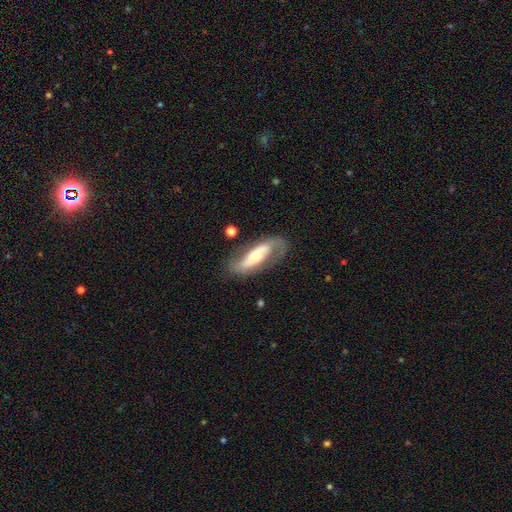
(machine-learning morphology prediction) The model was most divided on "bar": no: 41%, strong: 34%, weak: 25%. More confident: edge-on disk — no (83%); spiral arms — yes (77%); merging — none (67%); smooth or featured — featured or disk (66%); bulge size — moderate (52%).